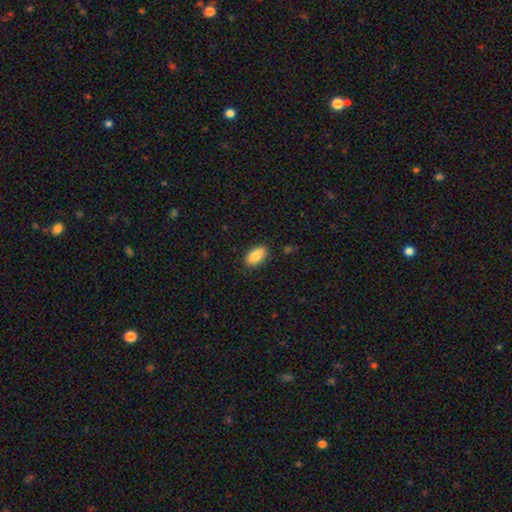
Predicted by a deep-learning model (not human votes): Overall: smooth (86%). How rounded: in between (92%). Merging: none (86%).